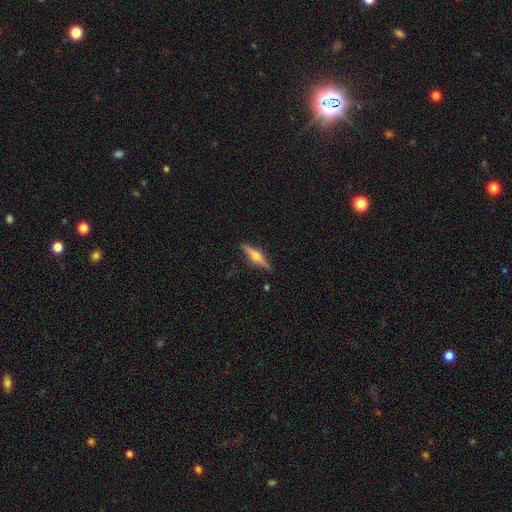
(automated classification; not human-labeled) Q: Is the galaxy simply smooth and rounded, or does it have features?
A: featured or disk — 65%.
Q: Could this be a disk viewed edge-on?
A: yes — 97%.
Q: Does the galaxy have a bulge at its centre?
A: rounded — 88%.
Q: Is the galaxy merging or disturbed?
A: none — 88%.